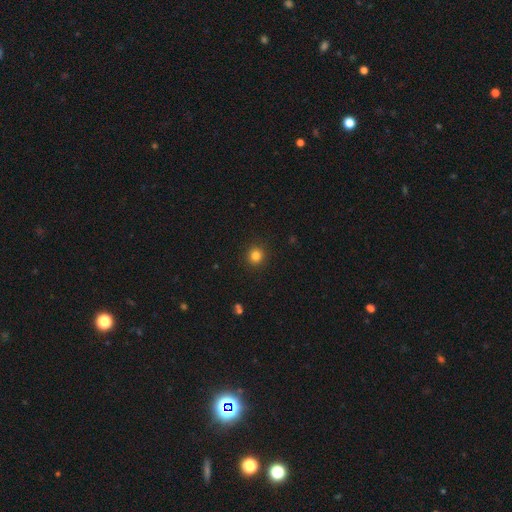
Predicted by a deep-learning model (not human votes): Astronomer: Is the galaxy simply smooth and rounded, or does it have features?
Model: smooth — 83%.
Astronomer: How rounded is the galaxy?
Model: round — 93%.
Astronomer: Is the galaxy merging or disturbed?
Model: none — 92%.